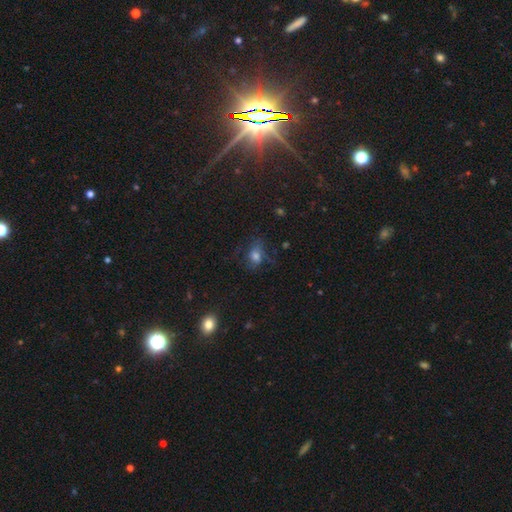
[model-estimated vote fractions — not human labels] smooth 56%, featured or disk 22%, star or artifact 22%. Down the decision tree: how rounded — in between (67%); merging — none (53%).